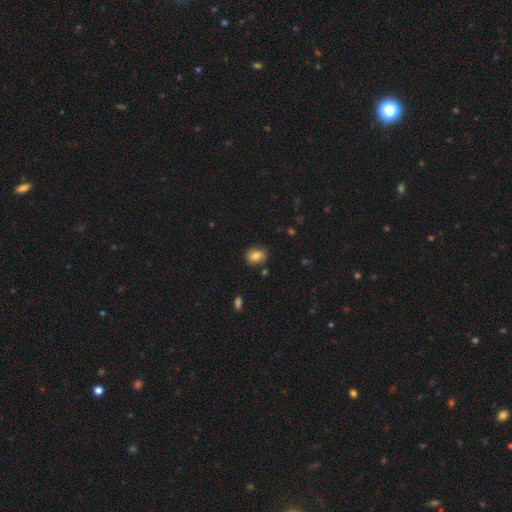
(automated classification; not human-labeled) smooth 80%, featured or disk 11%, star or artifact 10%. Down the decision tree: how rounded — in between (57%); merging — none (77%).